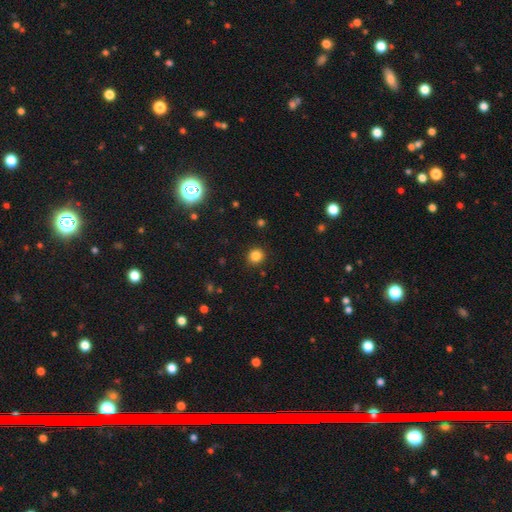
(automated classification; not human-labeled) Smooth or featured? Predicted: smooth (p=0.84). How rounded? Predicted: round (p=0.89). Merging? Predicted: none (p=0.91).